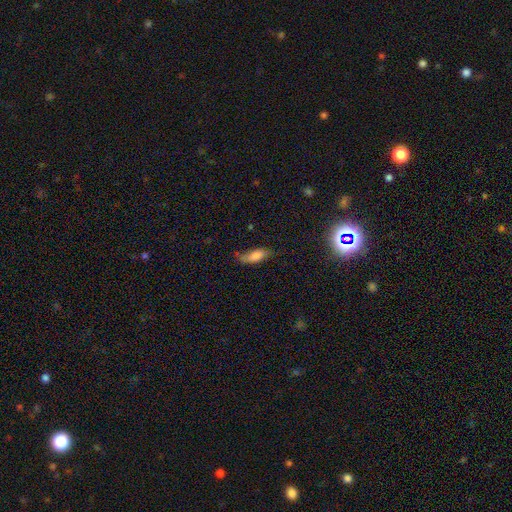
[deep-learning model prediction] A smooth galaxy with no disk features (76%) that is in between round and cigar-shaped (71%).

Vote fractions:
- Smooth or featured? smooth: 76% / featured or disk: 16% / star or artifact: 8%
- How rounded? in between: 71% / cigar-shaped: 27% / round: 3%
- Merging? none: 62% / minor disturbance: 28% / major disturbance: 7% / merger: 3%